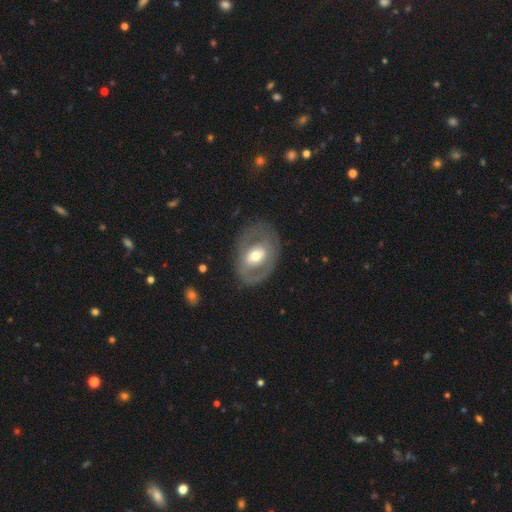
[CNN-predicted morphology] A featured or disk galaxy (61%) with no bar (49%), no spiral arms (65%) and a moderate central bulge (68%). Merging: none (72%).